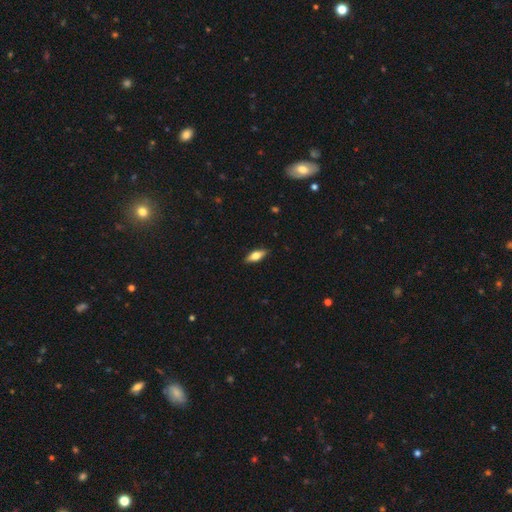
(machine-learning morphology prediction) smooth-or-featured: smooth: 62% | featured or disk: 32% | star or artifact: 7%
  how-rounded: in between: 70% | cigar-shaped: 27% | round: 3%
  merging: none: 88% | minor disturbance: 9% | major disturbance: 2% | merger: 1%